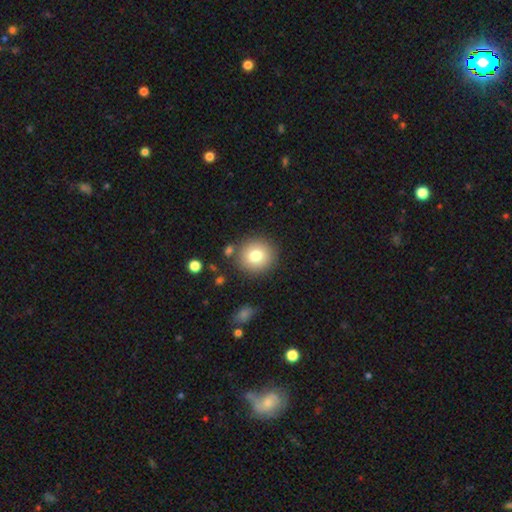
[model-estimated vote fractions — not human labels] A smooth galaxy with no disk features (79%) that is round (88%). Merging: none (85%).